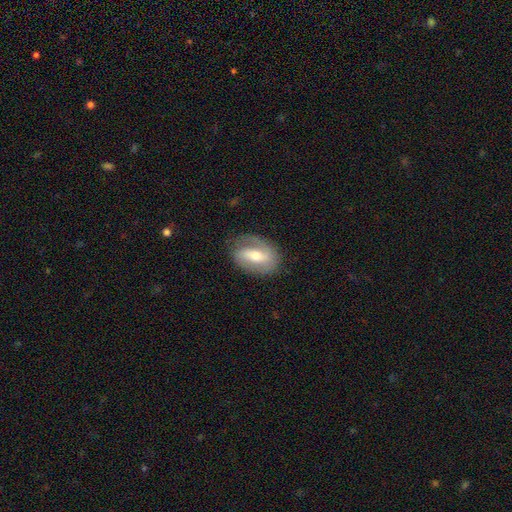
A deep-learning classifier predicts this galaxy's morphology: featured or disk 74%, smooth 20%, star or artifact 6%. Down the decision tree: edge-on disk — no (95%); bar — strong (43%); spiral arms — yes (84%); spiral arm count — 2 (73%); spiral winding — medium (42%); bulge size — moderate (64%); merging — none (76%).